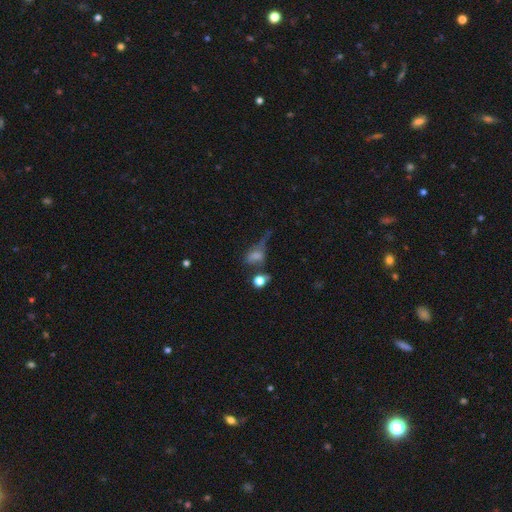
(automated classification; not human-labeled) Q: Smooth or featured?
A: smooth (42%); runner-up: featured or disk (30%)
Q: Merging?
A: major disturbance (35%); runner-up: none (30%)